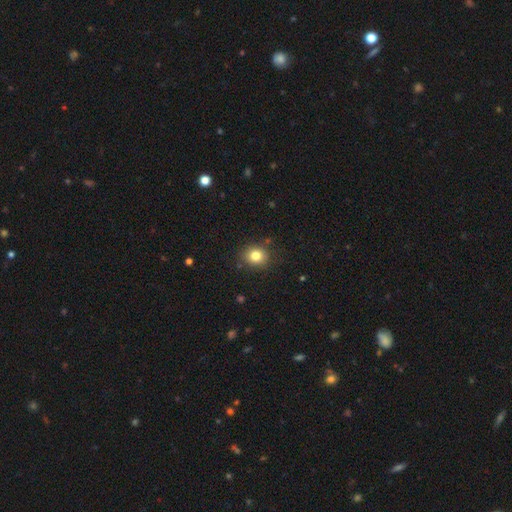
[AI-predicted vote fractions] A smooth galaxy with no disk features (82%) that is round (72%). Merging: none (85%).